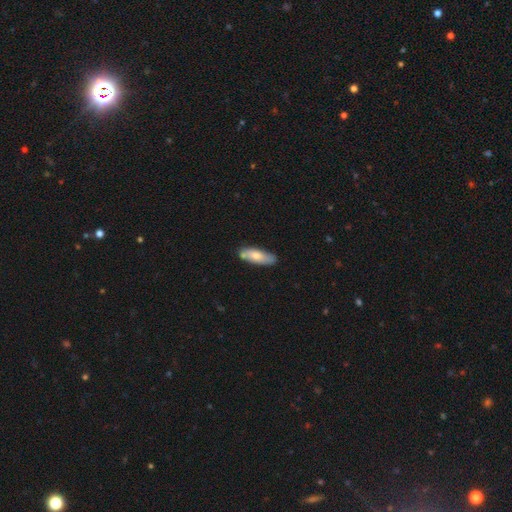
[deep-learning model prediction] smooth-or-featured: smooth: 70% | featured or disk: 25% | star or artifact: 5%
  how-rounded: in between: 58% | cigar-shaped: 39% | round: 2%
  merging: none: 78% | minor disturbance: 15% | merger: 5% | major disturbance: 2%